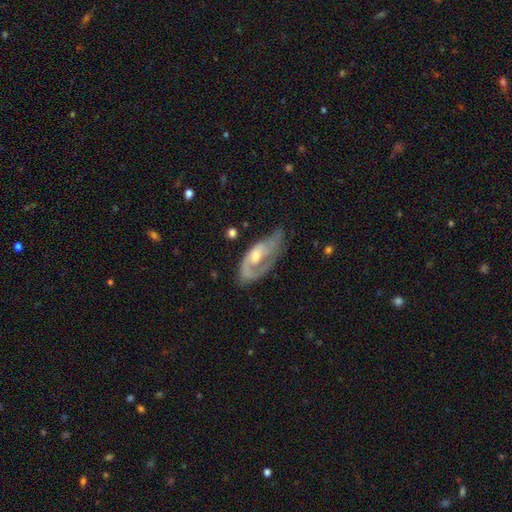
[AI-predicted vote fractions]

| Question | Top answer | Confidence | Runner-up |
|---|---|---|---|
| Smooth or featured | featured or disk | 75% | smooth (19%) |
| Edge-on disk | no | 93% | yes (7%) |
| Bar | no | 63% | weak (30%) |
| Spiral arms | yes | 84% | no (16%) |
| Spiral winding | medium | 42% | tight (34%) |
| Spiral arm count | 1 | 43% | 2 (38%) |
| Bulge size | moderate | 59% | small (31%) |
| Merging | none | 38% | major disturbance (31%) |